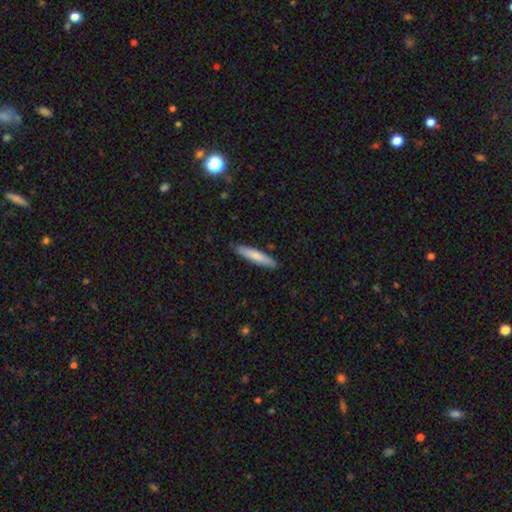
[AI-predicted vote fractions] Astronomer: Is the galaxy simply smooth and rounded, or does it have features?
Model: smooth — 77%.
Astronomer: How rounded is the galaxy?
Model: cigar-shaped — 88%.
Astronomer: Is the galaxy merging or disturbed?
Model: none — 87%.